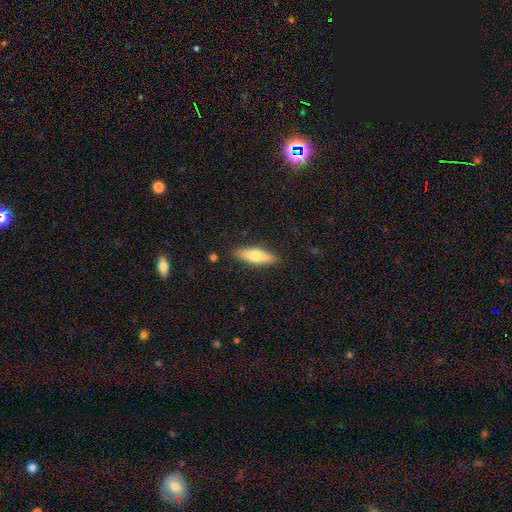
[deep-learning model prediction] smooth-or-featured: smooth: 65% | featured or disk: 29% | star or artifact: 6%
  how-rounded: cigar-shaped: 50% | in between: 48% | round: 2%
  merging: none: 88% | minor disturbance: 9% | major disturbance: 2% | merger: 1%